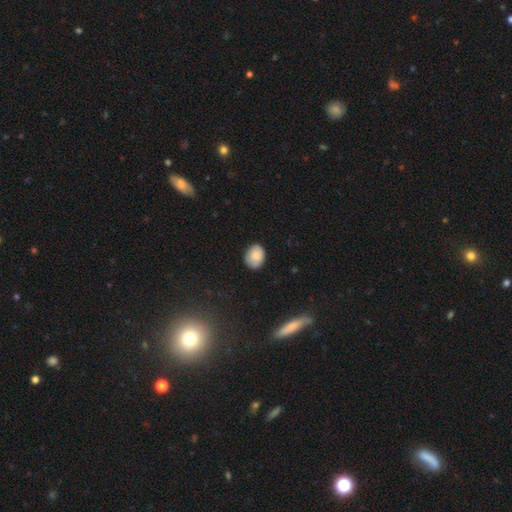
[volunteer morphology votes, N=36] Overall: smooth (92%). How rounded: in between (52%; round 45%). Merging: none (71%).